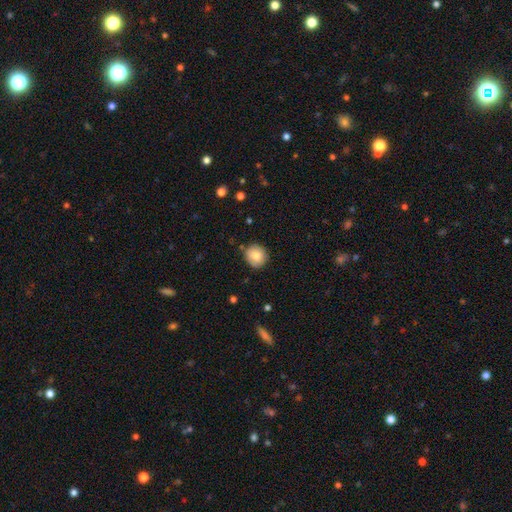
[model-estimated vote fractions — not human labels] A smooth galaxy with no disk features (83%) that is round (89%). Merging: none (84%).